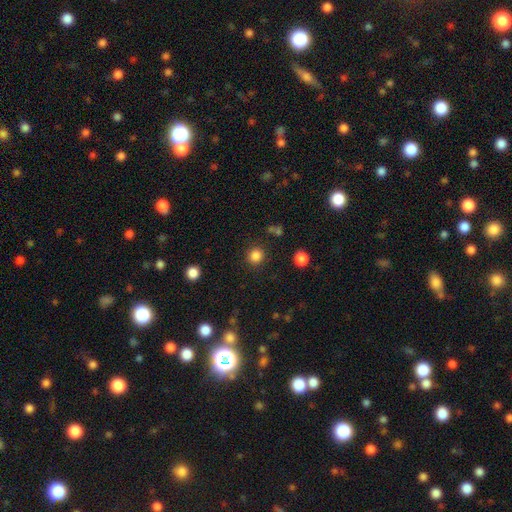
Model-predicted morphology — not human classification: This is clearly a smooth galaxy (84%). How rounded: clearly round (91%). Merging: clearly none (88%).